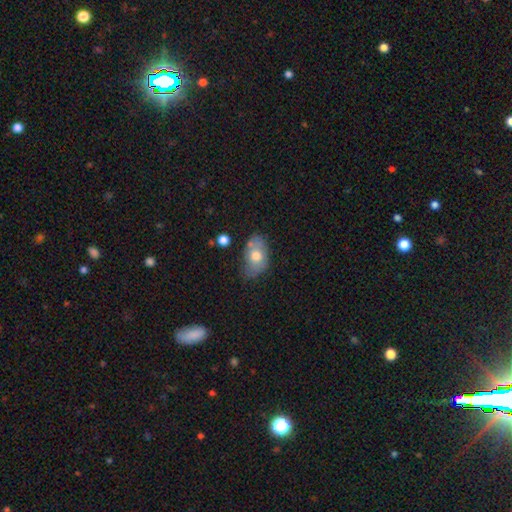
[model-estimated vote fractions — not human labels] Overall: smooth (67%). How rounded: in between (87%). Merging: none (58%; minor disturbance 28%).